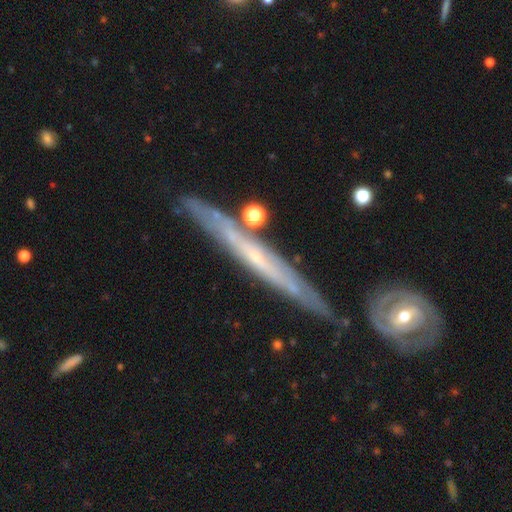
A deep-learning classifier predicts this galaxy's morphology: A featured or disk galaxy (74%) viewed edge-on (86%) with no central bulge (65%).

Vote fractions:
- Smooth or featured? featured or disk: 74% / smooth: 20% / star or artifact: 6%
- Edge-on disk? yes: 86% / no: 14%
- Edge-on bulge? none: 65% / rounded: 30% / boxy: 5%
- Merging? none: 78% / minor disturbance: 13% / merger: 6% / major disturbance: 3%